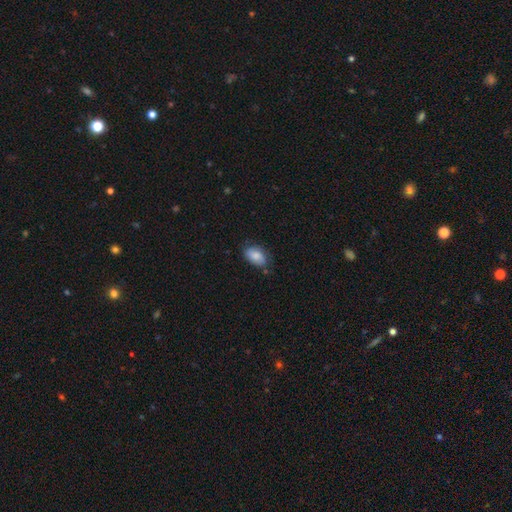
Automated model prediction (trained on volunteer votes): Smooth or featured? Predicted: smooth (p=0.79). How rounded? Predicted: in between (p=0.91). Merging? Predicted: none (p=0.68).